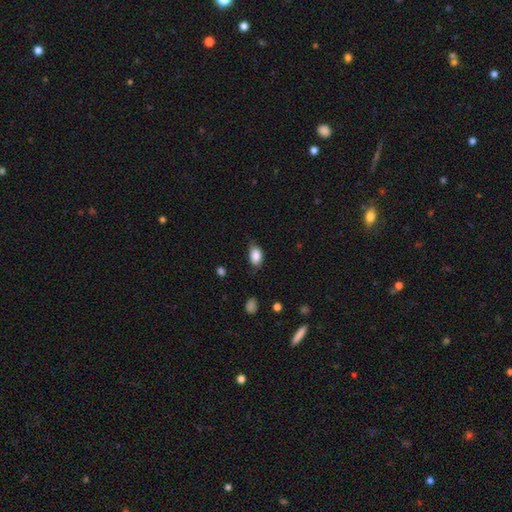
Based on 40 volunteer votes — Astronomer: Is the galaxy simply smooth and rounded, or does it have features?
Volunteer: smooth — 95%.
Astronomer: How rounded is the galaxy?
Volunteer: in between — 84%.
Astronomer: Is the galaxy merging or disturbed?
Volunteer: none — 75%.